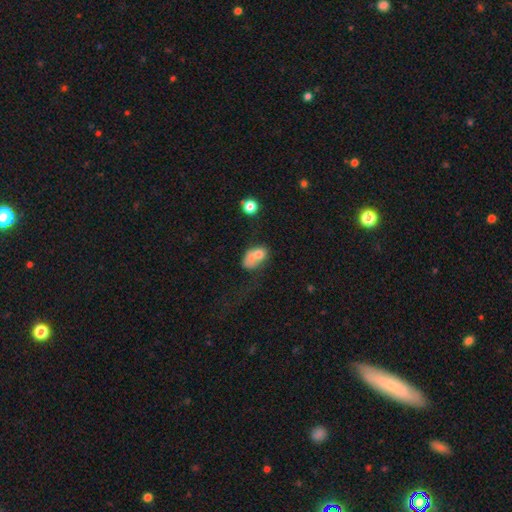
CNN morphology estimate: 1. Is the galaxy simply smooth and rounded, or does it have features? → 65% smooth, 24% featured or disk, 11% star or artifact.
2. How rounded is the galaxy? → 68% in between, 30% round, 2% cigar-shaped.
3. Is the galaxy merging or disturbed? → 52% merger, 21% none, 13% minor disturbance, 13% major disturbance.